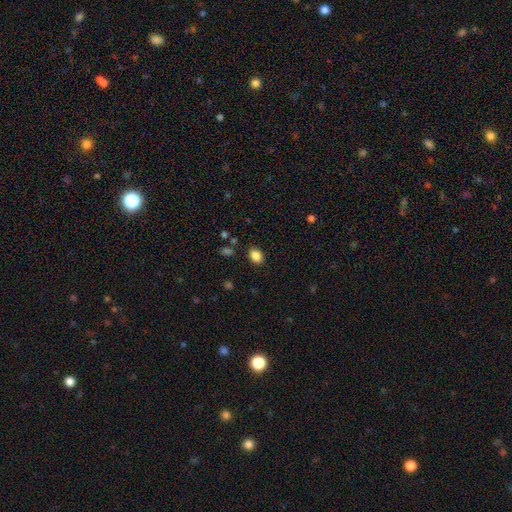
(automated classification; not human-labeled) Smooth or featured? smooth (86%)
How rounded? in between (66%)
Merging? none (86%)